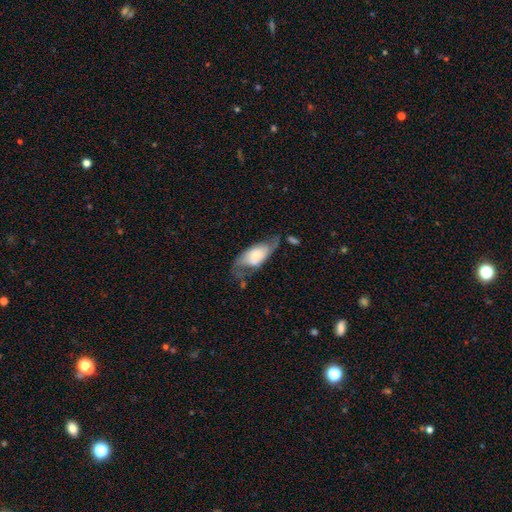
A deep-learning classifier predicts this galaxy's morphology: Smooth or featured? Predicted: featured or disk (p=0.55). Edge-on disk? Predicted: no (p=0.88). Merging? Predicted: none (p=0.44).